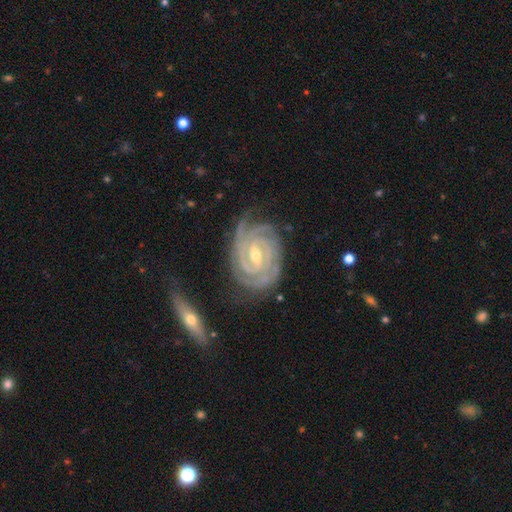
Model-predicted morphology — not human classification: Smooth or featured?
  - featured or disk: 93% *
  - star or artifact: 4%
  - smooth: 3%
Edge-on disk?
  - no: 97% *
  - yes: 3%
Bar?
  - weak: 46% *
  - strong: 35%
  - no: 19%
Spiral arms?
  - yes: 99% *
  - no: 1%
Spiral winding?
  - tight: 85% *
  - medium: 13%
  - loose: 2%
Spiral arm count?
  - 3: 31% * (tied)
  - 2: 31% * (tied)
  - 4: 18%
  - can't tell: 10%
  - more than 4: 6%
  - 1: 5%
Bulge size?
  - small: 50% *
  - moderate: 47%
  - large: 1%
  - none: 1%
  - dominant: 1%
Merging?
  - none: 74% *
  - minor disturbance: 18%
  - major disturbance: 5%
  - merger: 3%